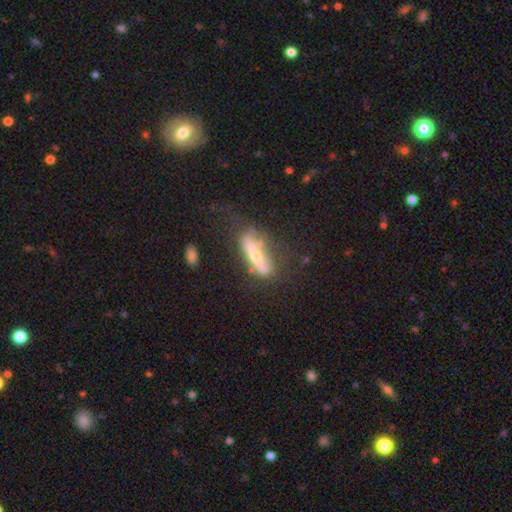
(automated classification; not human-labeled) Smooth or featured: featured or disk — 53% (smooth — 34%)
Edge-on disk: yes — 54% (no — 46%)
Merging: none — 42% (minor disturbance — 24%)